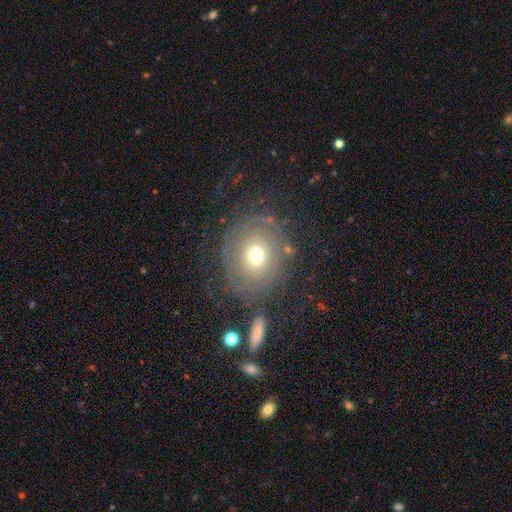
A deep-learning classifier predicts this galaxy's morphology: smooth_or_featured: smooth (p=0.46) [alt: featured or disk p=0.40]
merging: none (p=0.71) [alt: minor disturbance p=0.15]